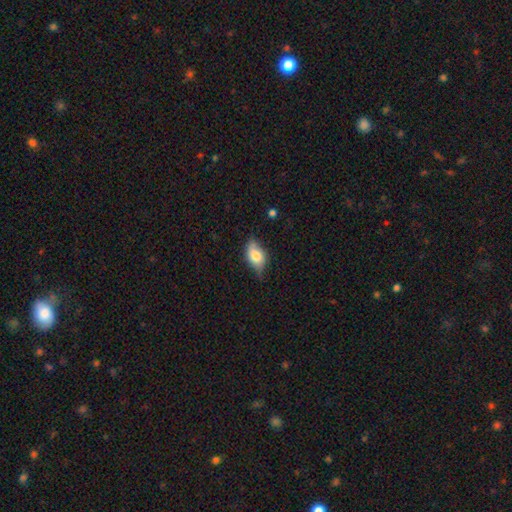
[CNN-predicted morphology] Overall: smooth (69%). How rounded: in between (87%). Merging: none (61%; minor disturbance 31%).